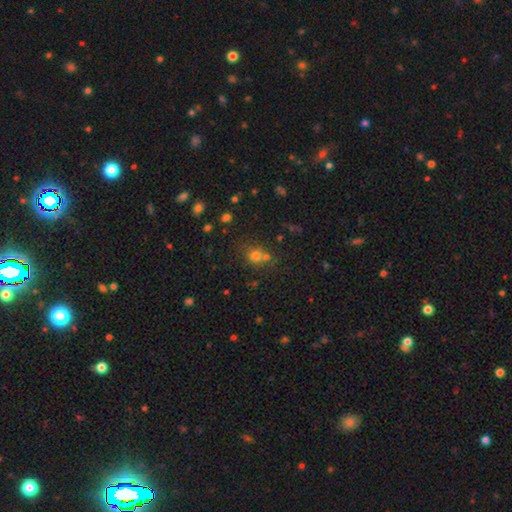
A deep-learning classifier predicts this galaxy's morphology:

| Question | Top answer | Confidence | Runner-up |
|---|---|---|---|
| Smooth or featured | smooth | 69% | star or artifact (20%) |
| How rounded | round | 81% | in between (18%) |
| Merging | none | 55% | merger (31%) |